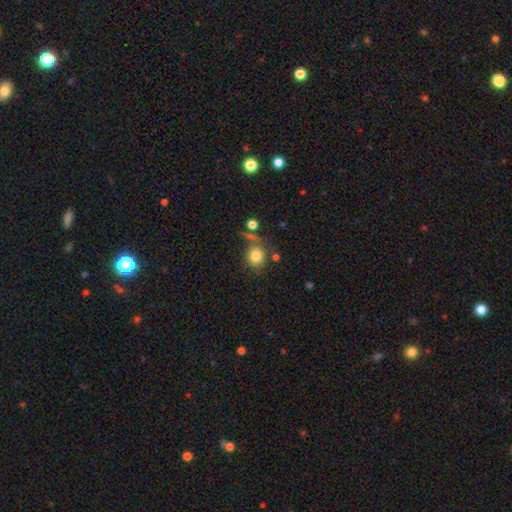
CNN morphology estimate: Smooth or featured?
  - smooth: 81% *
  - star or artifact: 11%
  - featured or disk: 8%
How rounded?
  - round: 85% *
  - in between: 14%
  - cigar-shaped: 1%
Merging?
  - none: 67% *
  - minor disturbance: 15%
  - merger: 12%
  - major disturbance: 6%